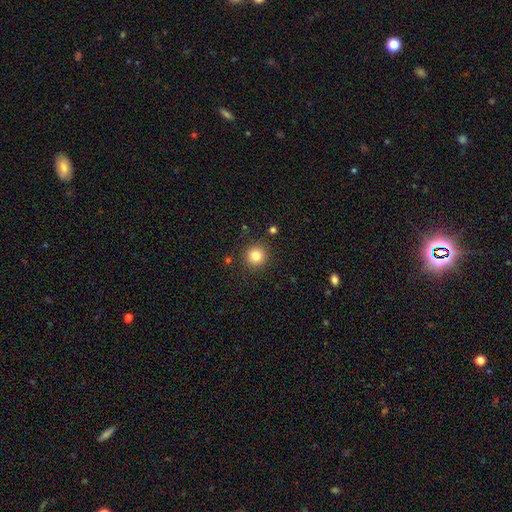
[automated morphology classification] smooth 82%, star or artifact 12%, featured or disk 6%. Down the decision tree: how rounded — round (94%); merging — none (89%).